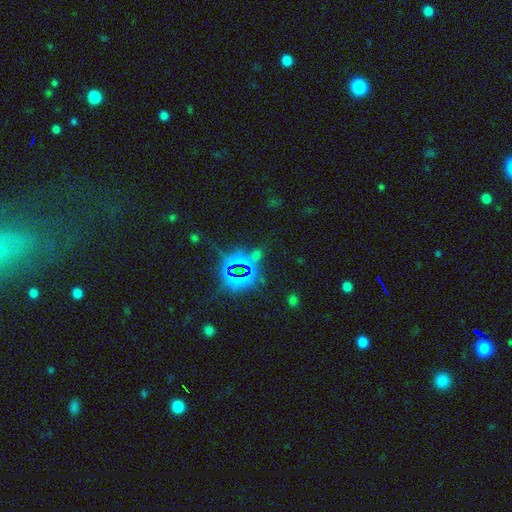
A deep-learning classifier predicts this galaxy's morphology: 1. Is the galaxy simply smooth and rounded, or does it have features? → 72% star or artifact, 20% smooth, 8% featured or disk.